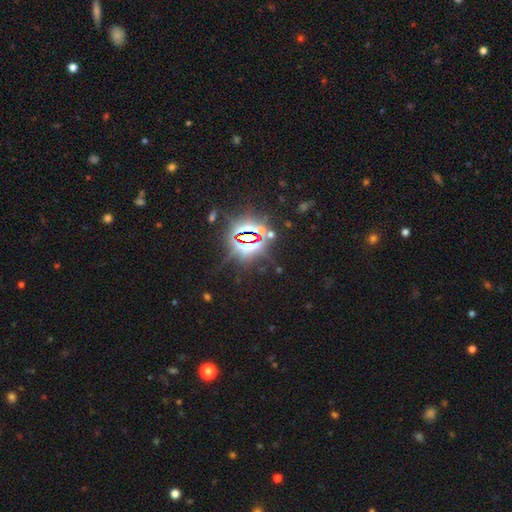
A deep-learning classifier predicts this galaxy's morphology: Smooth or featured?
  - star or artifact: 86% *
  - smooth: 8%
  - featured or disk: 6%